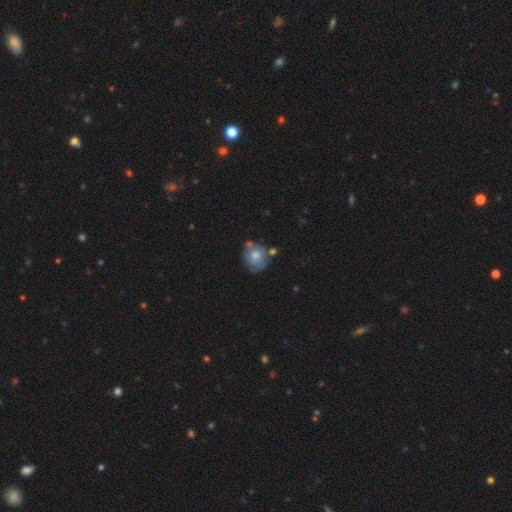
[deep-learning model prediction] This appears to be a smooth galaxy with no disk features (57%) that is round (69%). Merging: none (53%).